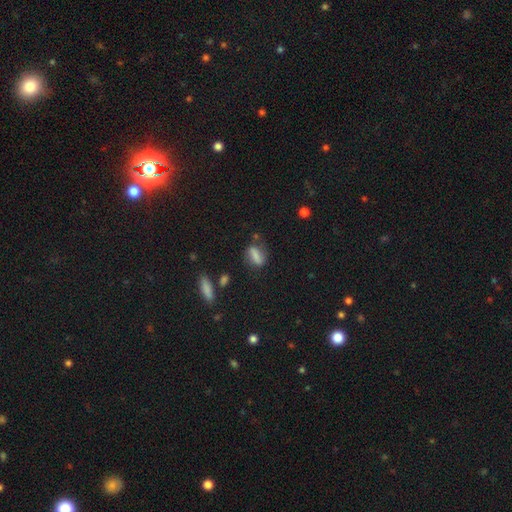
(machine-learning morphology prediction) Smooth or featured? Predicted: smooth (p=0.66). How rounded? Predicted: in between (p=0.63). Merging? Predicted: none (p=0.63).